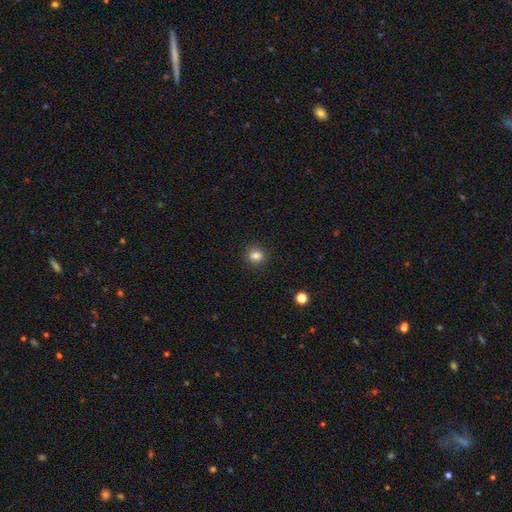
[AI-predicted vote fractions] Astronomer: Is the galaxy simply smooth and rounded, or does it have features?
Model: smooth — 84%.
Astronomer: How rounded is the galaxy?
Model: round — 74%.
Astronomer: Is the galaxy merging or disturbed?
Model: none — 90%.